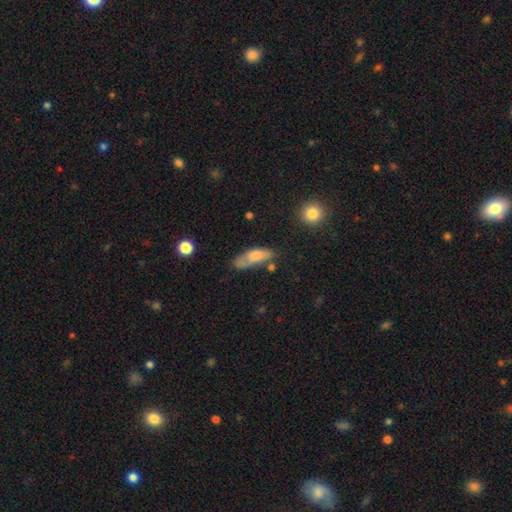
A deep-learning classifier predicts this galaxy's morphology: Smooth or featured? smooth (63%)
How rounded? in between (62%)
Merging? none (47%)